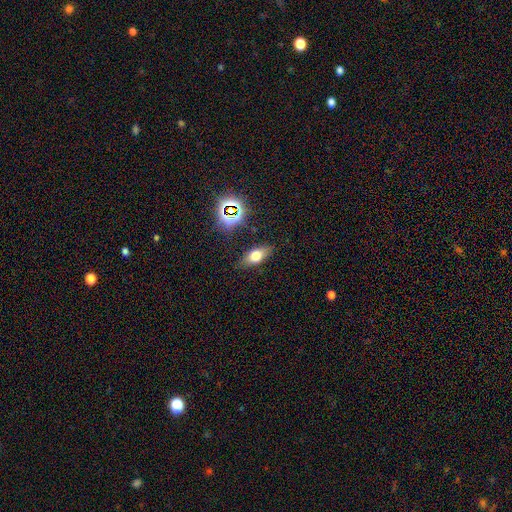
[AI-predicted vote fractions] Morphology: type=smooth (64%); roundness=in between (79%); merging=none (83%).